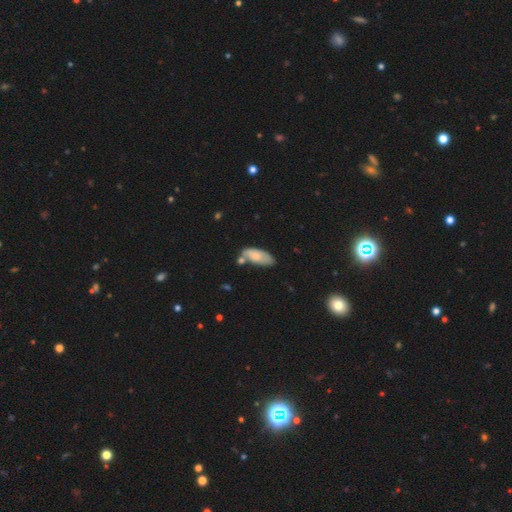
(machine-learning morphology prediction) A smooth galaxy with no disk features (73%) that is in between round and cigar-shaped (84%).

Vote fractions:
- Smooth or featured? smooth: 73% / featured or disk: 20% / star or artifact: 6%
- How rounded? in between: 84% / cigar-shaped: 14% / round: 2%
- Merging? none: 54% / minor disturbance: 24% / merger: 16% / major disturbance: 6%